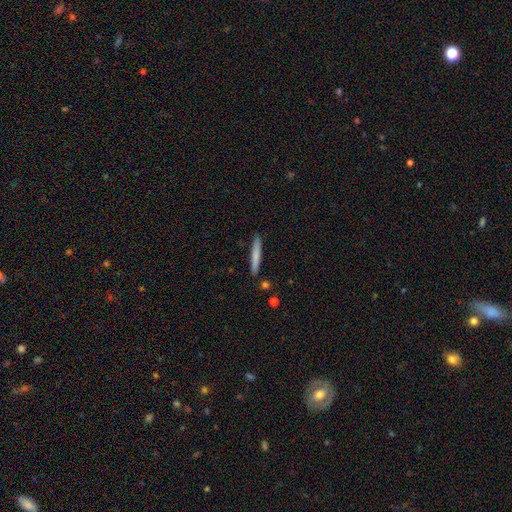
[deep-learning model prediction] Smooth or featured? smooth (75%)
How rounded? cigar-shaped (96%)
Merging? none (89%)